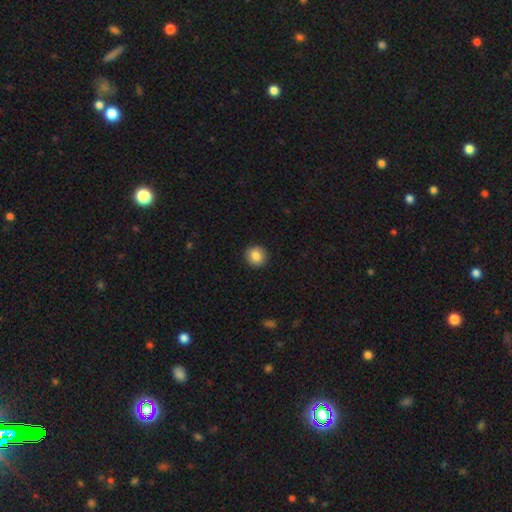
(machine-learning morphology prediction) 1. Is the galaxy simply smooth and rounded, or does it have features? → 86% smooth, 9% star or artifact, 5% featured or disk.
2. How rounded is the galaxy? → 91% round, 8% in between, 1% cigar-shaped.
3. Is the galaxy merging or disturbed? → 92% none, 5% minor disturbance, 2% major disturbance, 1% merger.